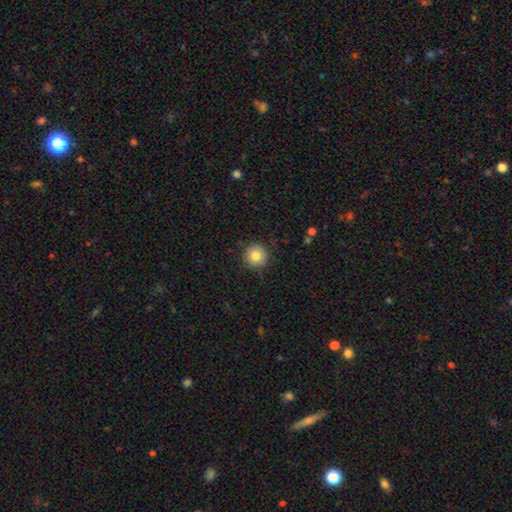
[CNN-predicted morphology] Q: Smooth or featured?
A: smooth (82%); runner-up: star or artifact (10%)
Q: How rounded?
A: round (95%); runner-up: in between (4%)
Q: Merging?
A: none (86%); runner-up: minor disturbance (10%)